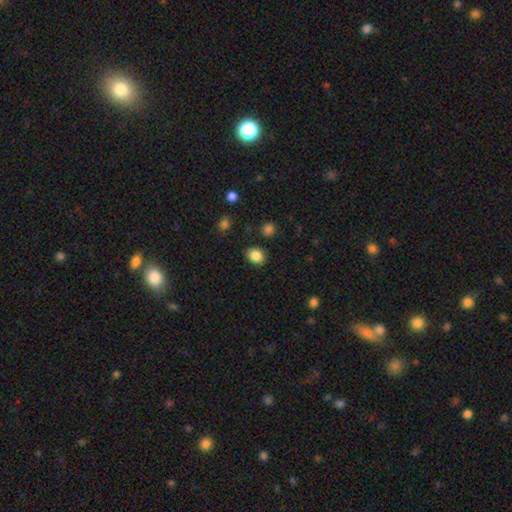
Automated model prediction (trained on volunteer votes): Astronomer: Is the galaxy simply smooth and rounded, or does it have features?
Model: smooth — 86%.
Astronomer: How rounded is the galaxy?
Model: round — 54% (runner-up: in between, 45%).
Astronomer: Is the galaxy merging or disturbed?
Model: none — 86%.